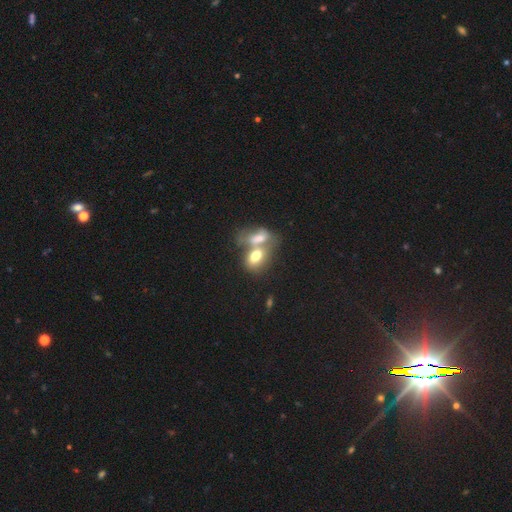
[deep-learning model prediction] smooth_or_featured: smooth (p=0.67) [alt: featured or disk p=0.24]
how_rounded: in between (p=0.80) [alt: round p=0.17]
merging: merger (p=0.71) [alt: none p=0.17]